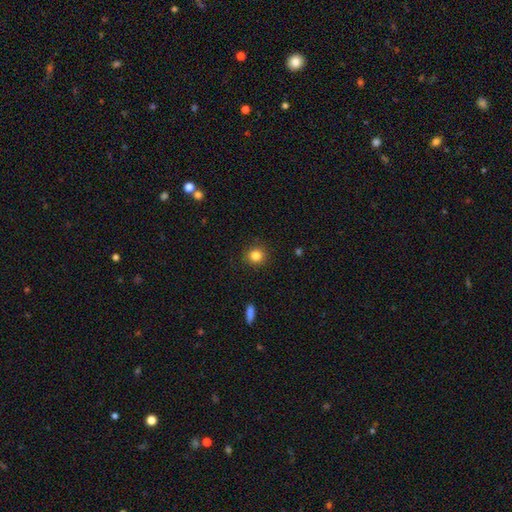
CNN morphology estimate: A smooth galaxy with no disk features (84%) that is round (90%). Merging: none (91%).